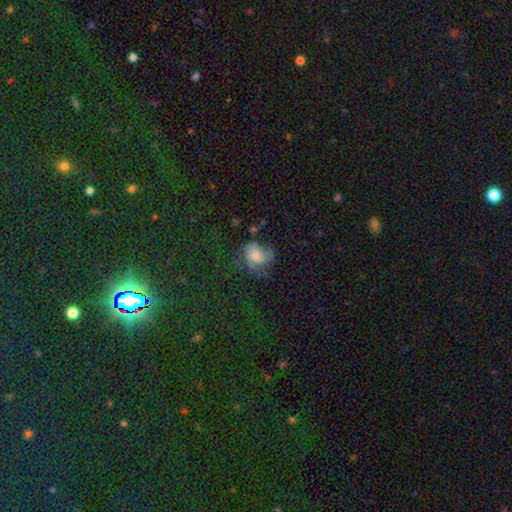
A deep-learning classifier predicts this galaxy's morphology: A smooth galaxy with no disk features (45%).

Vote fractions:
- Smooth or featured? smooth: 45% / featured or disk: 41% / star or artifact: 14%
- Merging? major disturbance: 39% / none: 32% / minor disturbance: 25% / merger: 4%